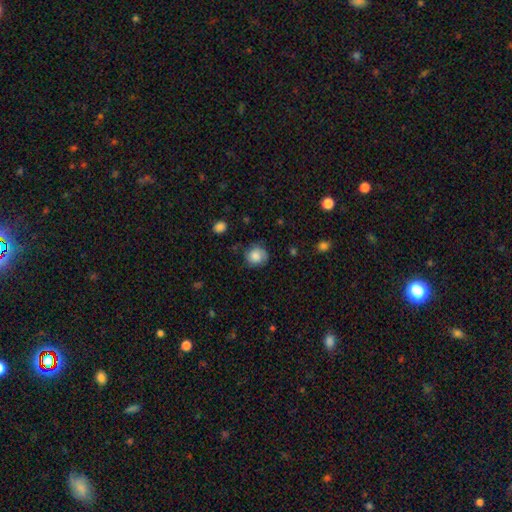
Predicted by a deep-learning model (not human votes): smooth-or-featured: smooth: 82% | featured or disk: 10% | star or artifact: 8%
  how-rounded: round: 83% | in between: 16% | cigar-shaped: 1%
  merging: none: 73% | minor disturbance: 21% | major disturbance: 5% | merger: 2%